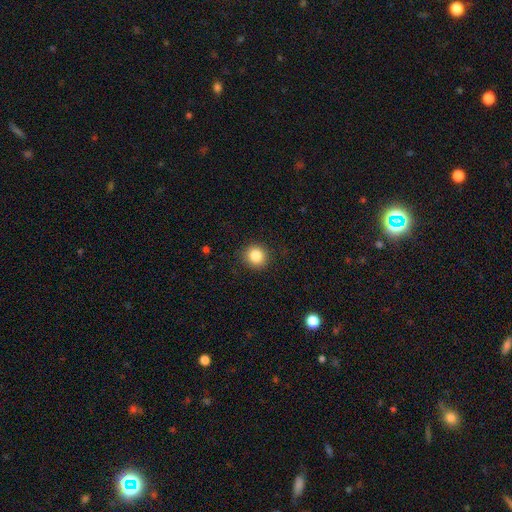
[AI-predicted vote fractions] smooth_or_featured: smooth (p=0.85) [alt: star or artifact p=0.10]
how_rounded: round (p=0.89) [alt: in between p=0.10]
merging: none (p=0.90) [alt: minor disturbance p=0.07]